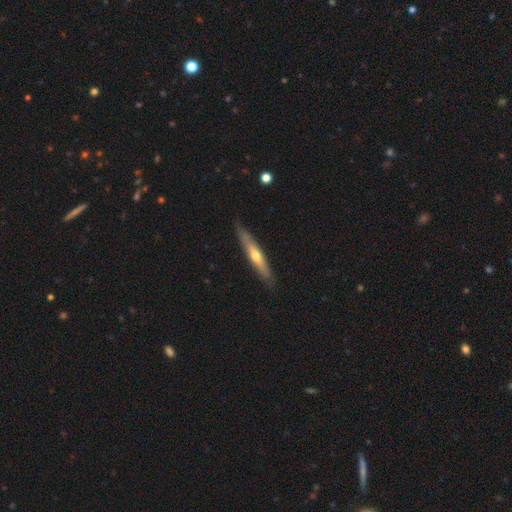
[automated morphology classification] Overall: featured or disk (52%; smooth 42%). Edge-on disk: yes (88%). Merging: none (84%).